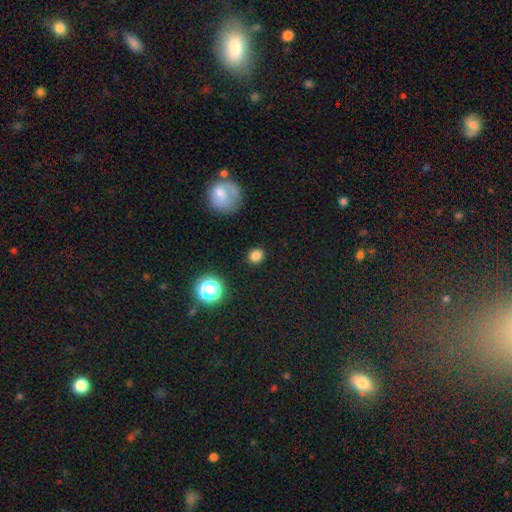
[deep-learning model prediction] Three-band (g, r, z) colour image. It shows a smooth galaxy with no disk features (81%) that is round (74%). Merging: none (86%).